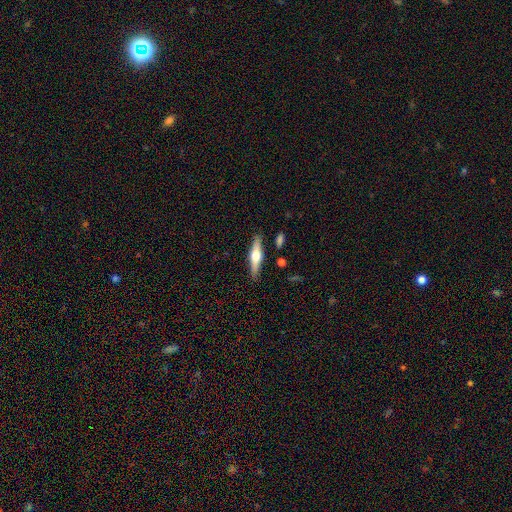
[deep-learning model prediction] smooth-or-featured: featured or disk: 65% | smooth: 29% | star or artifact: 6%
  disk-edge-on: yes: 96% | no: 4%
    edge-on-bulge: rounded: 94% | boxy: 4% | none: 2%
  merging: none: 87% | minor disturbance: 8% | merger: 3% | major disturbance: 2%